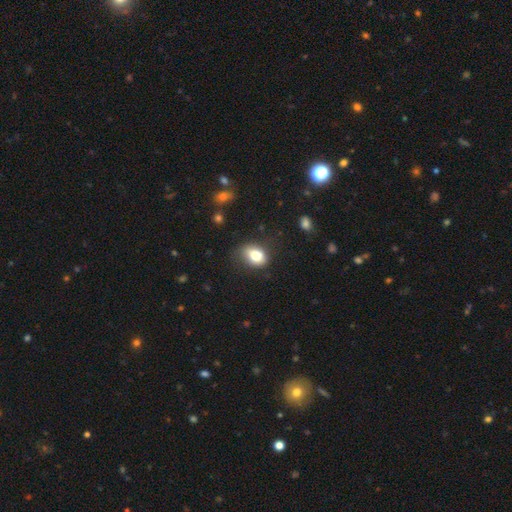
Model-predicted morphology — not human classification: The model was most divided on "merging": none: 68%, minor disturbance: 23%, major disturbance: 7%, merger: 2%. More confident: smooth or featured — smooth (77%); how rounded — in between (73%).